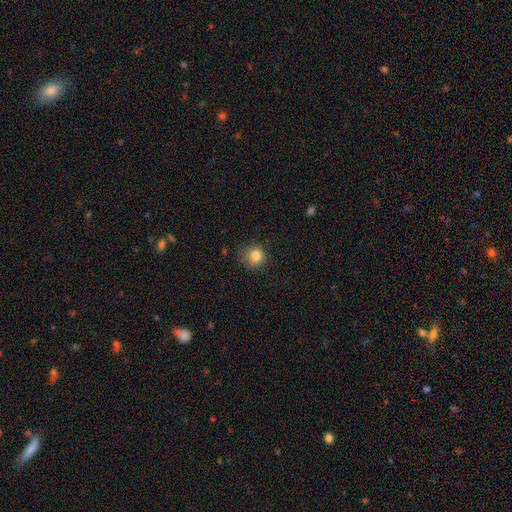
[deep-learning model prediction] This appears to be a smooth galaxy with no disk features (82%) that is round (86%). Merging: none (70%).